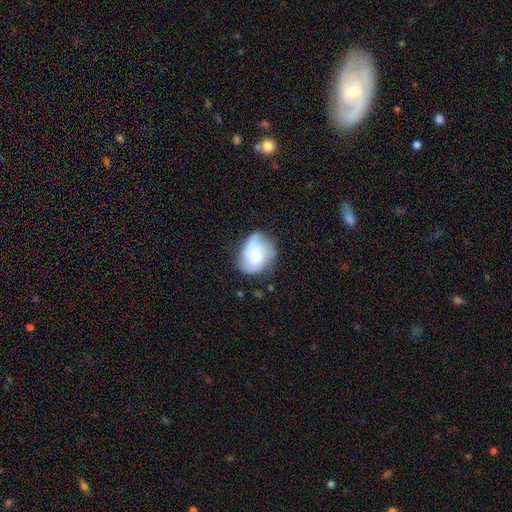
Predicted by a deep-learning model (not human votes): Q: Smooth or featured?
A: featured or disk (48%); runner-up: smooth (44%)
Q: Merging?
A: none (54%); runner-up: minor disturbance (31%)